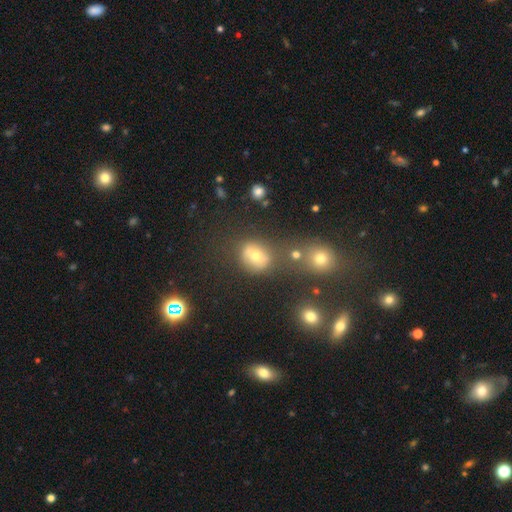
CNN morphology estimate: Smooth or featured: smooth — 60% (star or artifact — 25%)
How rounded: round — 61% (in between — 38%)
Merging: none — 58% (merger — 19%)